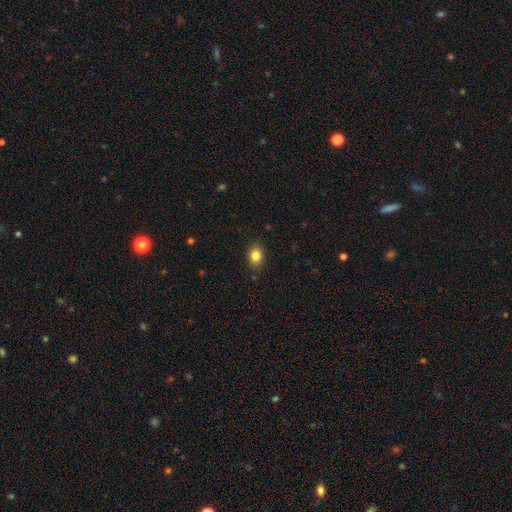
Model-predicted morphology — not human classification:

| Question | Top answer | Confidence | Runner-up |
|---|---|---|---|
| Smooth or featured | smooth | 84% | star or artifact (10%) |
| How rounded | in between | 58% | round (41%) |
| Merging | none | 87% | minor disturbance (10%) |